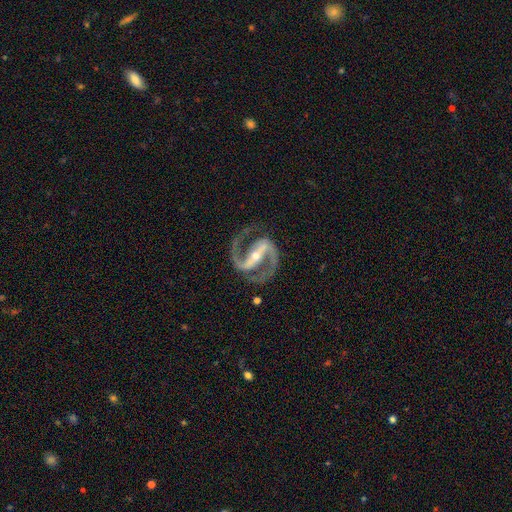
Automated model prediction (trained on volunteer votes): smooth-or-featured: featured or disk: 94% | star or artifact: 4% | smooth: 2%
  disk-edge-on: no: 97% | yes: 3%
    bar: strong: 77% | weak: 15% | no: 7%
    has-spiral-arms: yes: 98% | no: 2%
      spiral-winding: medium: 67% | tight: 20% | loose: 14%
      spiral-arm-count: 2: 95% | 1: 1% | can't tell: 1% | 3: 1% | 4: 1% | more than 4: 1%
    bulge-size: small: 59% | moderate: 37% | large: 2% | none: 1% | dominant: 1%
  merging: none: 83% | minor disturbance: 10% | major disturbance: 5% | merger: 1%